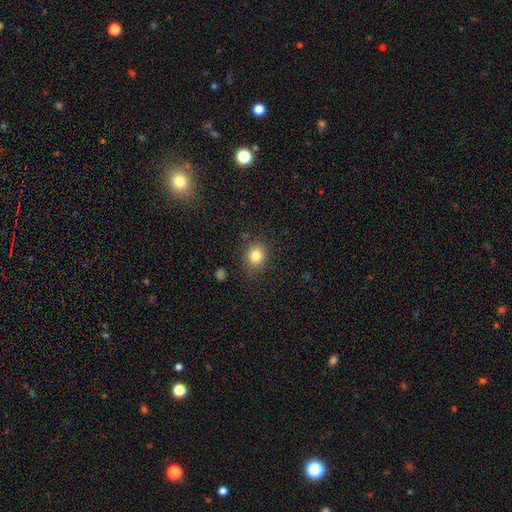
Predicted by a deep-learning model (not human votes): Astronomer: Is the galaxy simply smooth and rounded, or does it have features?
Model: smooth — 82%.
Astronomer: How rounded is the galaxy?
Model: round — 70%.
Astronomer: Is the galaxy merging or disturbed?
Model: none — 84%.